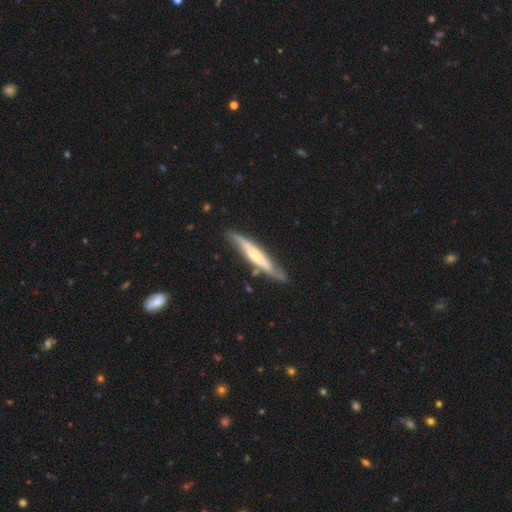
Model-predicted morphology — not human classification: This appears to be a featured or disk galaxy (59%) viewed edge-on (81%). Merging: none (77%).